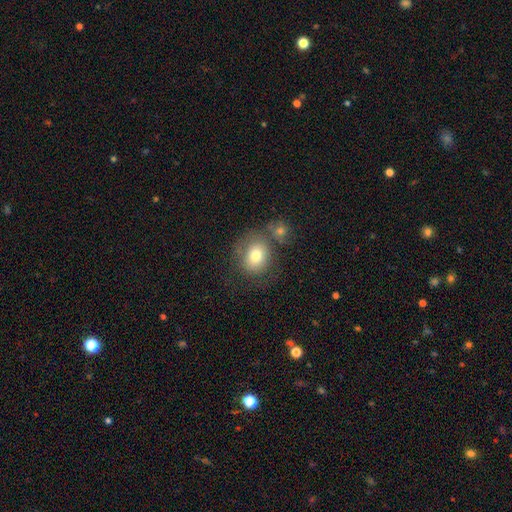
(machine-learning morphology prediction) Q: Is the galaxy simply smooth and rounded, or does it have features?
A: smooth — 75%.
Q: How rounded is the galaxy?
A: round — 67%.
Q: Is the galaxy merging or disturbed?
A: none — 54%.